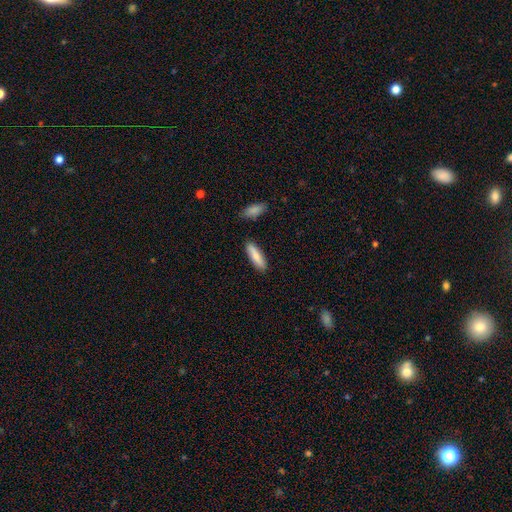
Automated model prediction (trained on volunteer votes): Smooth or featured: smooth — 78% (featured or disk — 16%)
How rounded: cigar-shaped — 62% (in between — 36%)
Merging: none — 86% (minor disturbance — 10%)